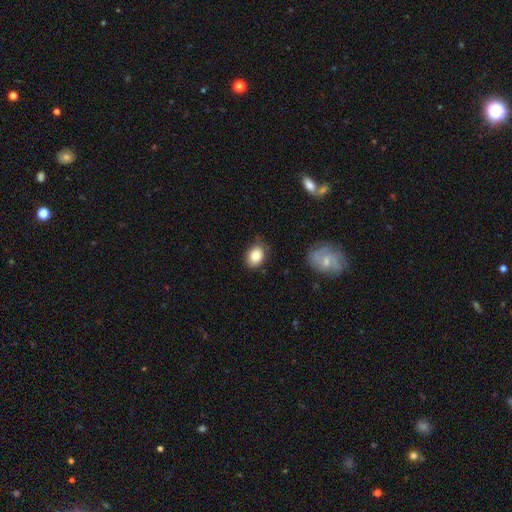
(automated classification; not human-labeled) smooth_or_featured: smooth (p=0.83) [alt: featured or disk p=0.09]
how_rounded: in between (p=0.65) [alt: round p=0.34]
merging: none (p=0.74) [alt: minor disturbance p=0.20]